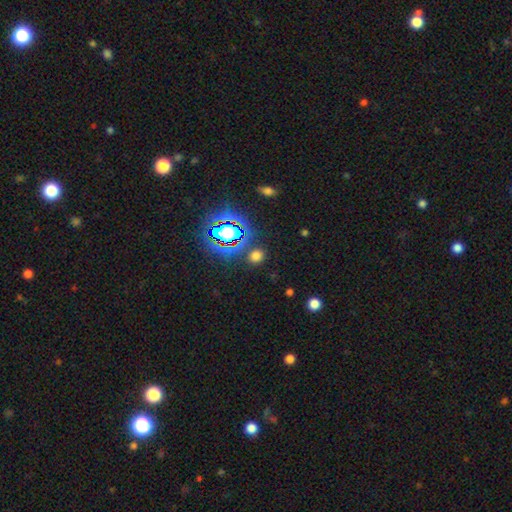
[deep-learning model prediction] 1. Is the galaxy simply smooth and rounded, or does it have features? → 64% smooth, 31% star or artifact, 6% featured or disk.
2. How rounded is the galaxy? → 72% round, 26% in between, 2% cigar-shaped.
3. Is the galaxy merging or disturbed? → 84% none, 8% minor disturbance, 4% merger, 3% major disturbance.